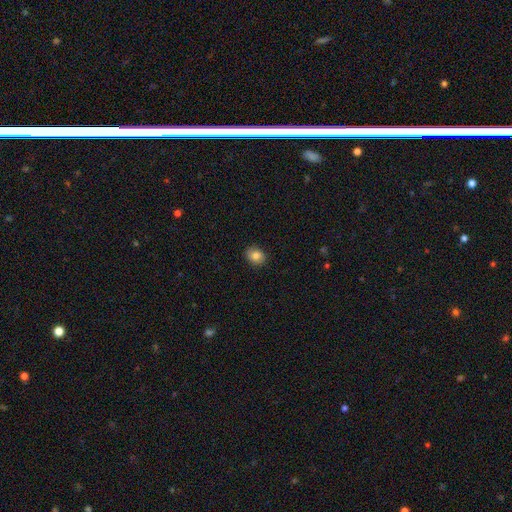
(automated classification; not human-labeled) A smooth galaxy with no disk features (83%) that is round (54%).

Vote fractions:
- Smooth or featured? smooth: 83% / star or artifact: 9% / featured or disk: 8%
- How rounded? round: 54% / in between: 45% / cigar-shaped: 1%
- Merging? none: 88% / minor disturbance: 9% / major disturbance: 2% / merger: 1%